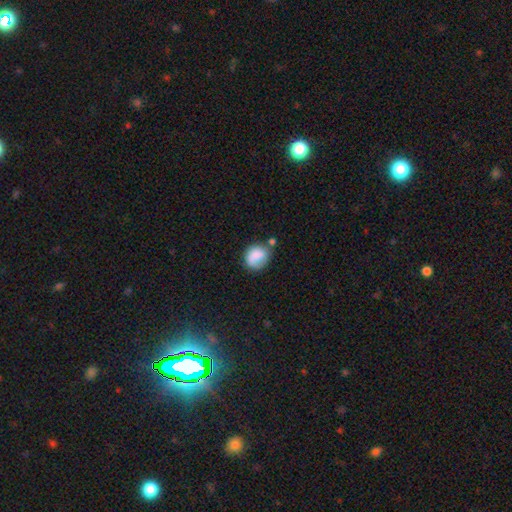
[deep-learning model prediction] smooth_or_featured: smooth (p=0.77) [alt: featured or disk p=0.15]
how_rounded: round (p=0.63) [alt: in between p=0.36]
merging: none (p=0.50) [alt: minor disturbance p=0.27]